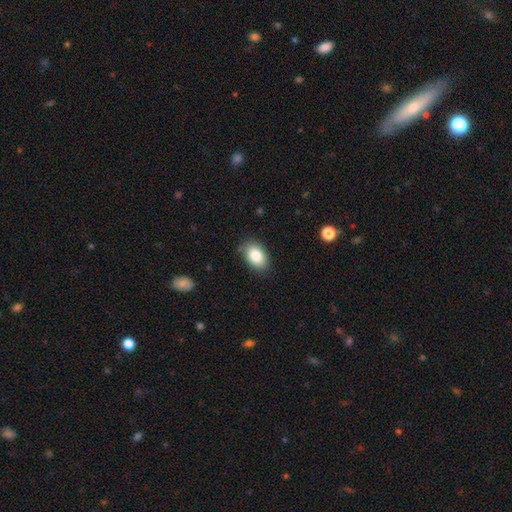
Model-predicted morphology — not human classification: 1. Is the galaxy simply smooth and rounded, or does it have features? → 85% smooth, 8% featured or disk, 7% star or artifact.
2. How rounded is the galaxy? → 88% in between, 11% round, 1% cigar-shaped.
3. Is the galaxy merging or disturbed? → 82% none, 14% minor disturbance, 3% major disturbance, 1% merger.